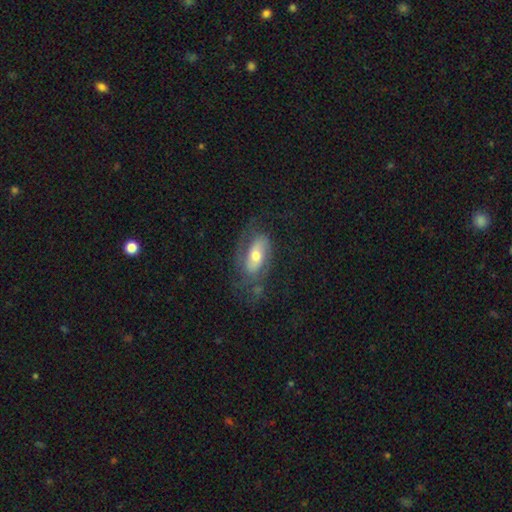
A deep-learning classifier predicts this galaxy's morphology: Overall: featured or disk (63%; smooth 29%). Edge-on disk: no (89%). Bar: no (45%; weak 33%). Spiral arms: yes (79%). Bulge size: moderate (65%; small 25%). Merging: none (56%; minor disturbance 21%).